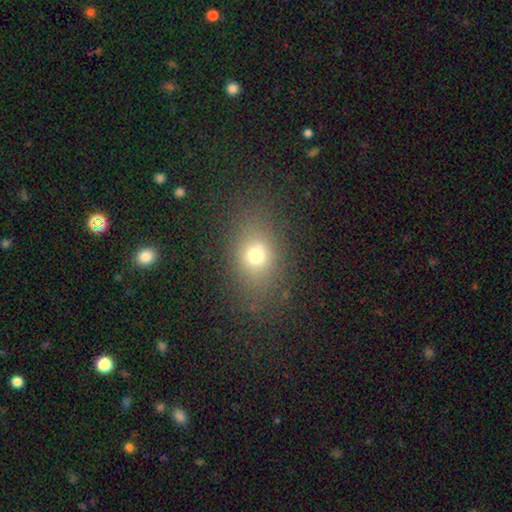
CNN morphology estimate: Smooth or featured: smooth — 69% (star or artifact — 18%)
How rounded: in between — 61% (round — 37%)
Merging: none — 78% (minor disturbance — 13%)